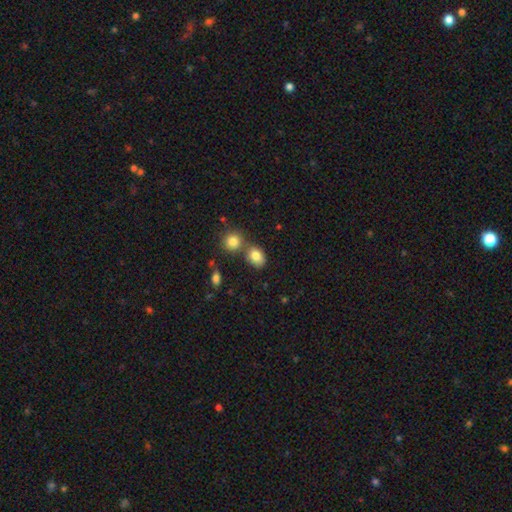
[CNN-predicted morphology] A smooth galaxy with no disk features (83%) that is in between round and cigar-shaped (68%).

Vote fractions:
- Smooth or featured? smooth: 83% / star or artifact: 9% / featured or disk: 8%
- How rounded? in between: 68% / round: 31% / cigar-shaped: 1%
- Merging? none: 56% / merger: 30% / minor disturbance: 11% / major disturbance: 3%